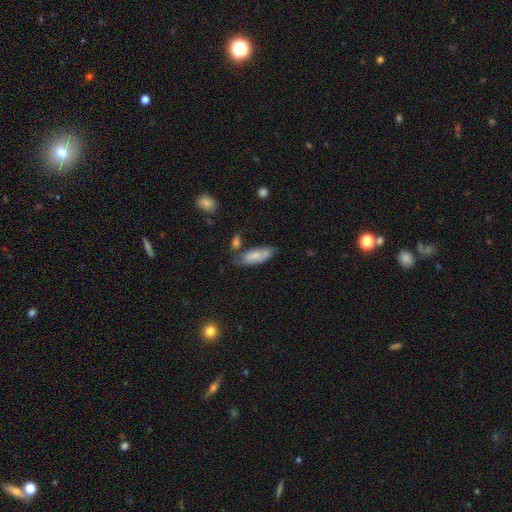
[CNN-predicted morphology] A smooth galaxy with no disk features (70%) that is in between round and cigar-shaped (79%). Merging: none (46%).